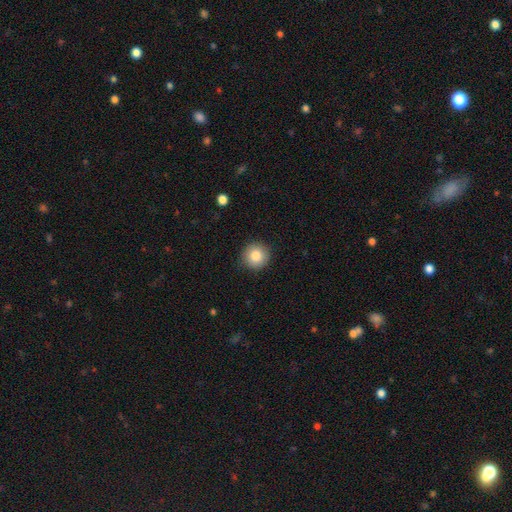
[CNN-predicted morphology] Smooth or featured: smooth — 83% (star or artifact — 9%)
How rounded: round — 93% (in between — 6%)
Merging: none — 90% (minor disturbance — 7%)